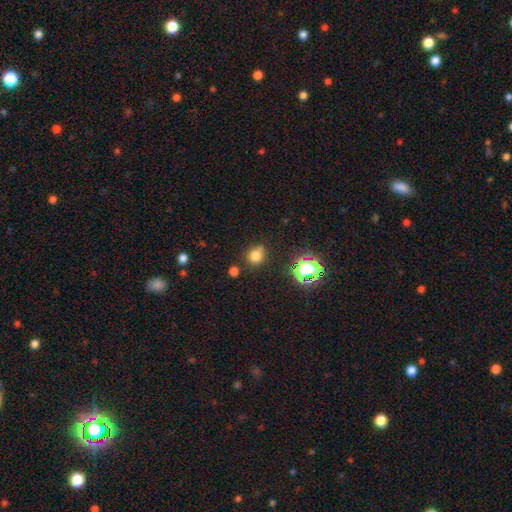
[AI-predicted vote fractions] This appears to be a smooth galaxy with no disk features (75%) that is round (84%). Merging: none (72%).